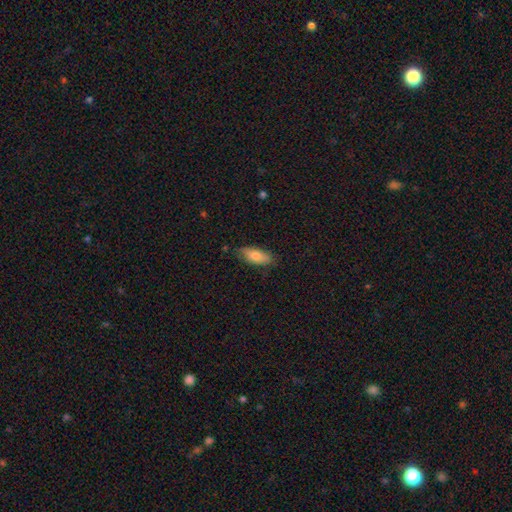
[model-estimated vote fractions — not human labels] Q: Smooth or featured?
A: smooth (79%); runner-up: featured or disk (14%)
Q: How rounded?
A: in between (78%); runner-up: cigar-shaped (20%)
Q: Merging?
A: none (76%); runner-up: minor disturbance (19%)